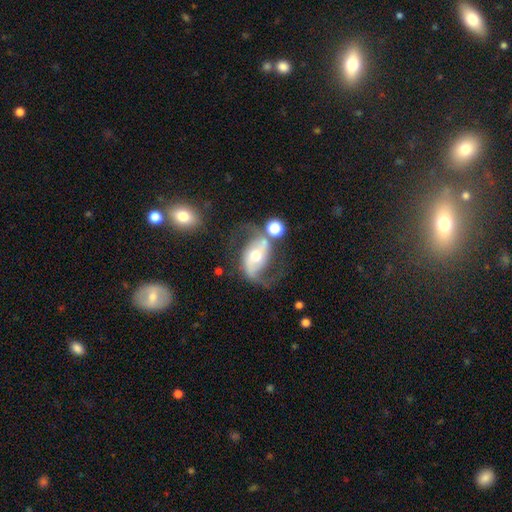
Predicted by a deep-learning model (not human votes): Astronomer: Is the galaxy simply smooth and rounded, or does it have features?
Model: featured or disk — 81%.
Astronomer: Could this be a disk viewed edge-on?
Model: no — 96%.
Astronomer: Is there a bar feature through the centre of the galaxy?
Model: no — 40% (runner-up: weak, 32%).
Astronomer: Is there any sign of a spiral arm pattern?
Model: yes — 92%.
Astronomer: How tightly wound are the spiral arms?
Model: loose — 62%.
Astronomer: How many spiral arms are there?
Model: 2 — 90%.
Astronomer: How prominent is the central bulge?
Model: moderate — 69%.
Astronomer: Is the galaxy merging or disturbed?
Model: none — 55%.